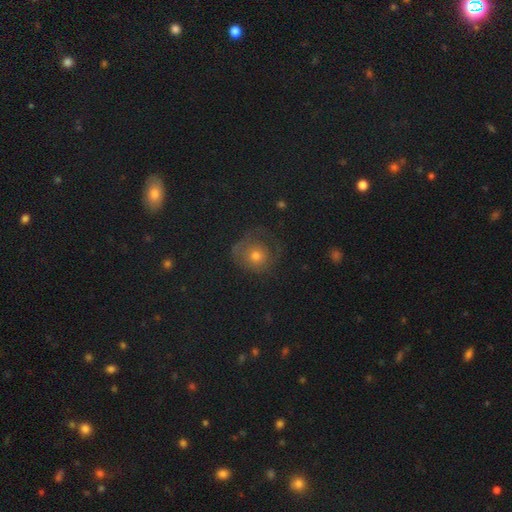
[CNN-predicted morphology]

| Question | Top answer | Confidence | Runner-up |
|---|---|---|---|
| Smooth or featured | smooth | 51% | featured or disk (28%) |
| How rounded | round | 81% | in between (17%) |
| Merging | none | 57% | minor disturbance (21%) |